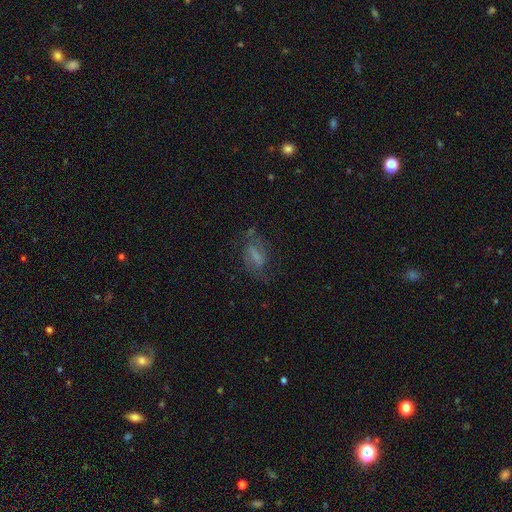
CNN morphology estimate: A featured or disk galaxy (46%). Merging: none (60%).